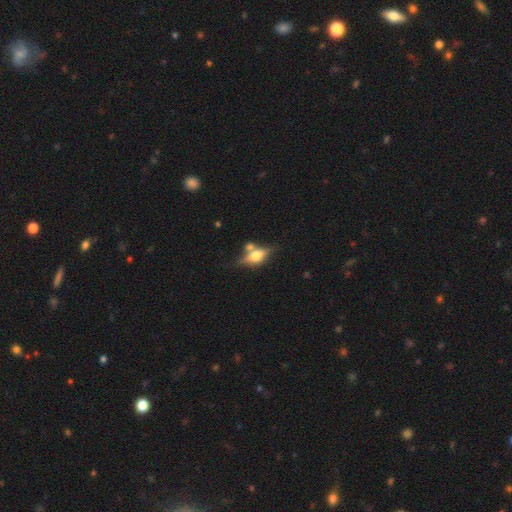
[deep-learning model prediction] Overall: featured or disk (52%; smooth 40%). Edge-on disk: yes (84%). Merging: none (58%; merger 20%).